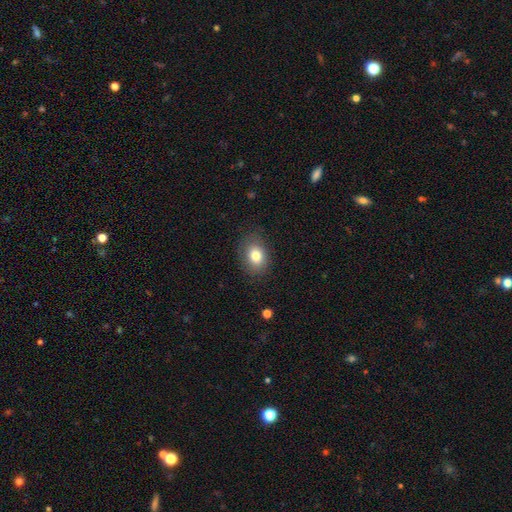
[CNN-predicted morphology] Smooth or featured?
  - smooth: 80% *
  - featured or disk: 10%
  - star or artifact: 9%
How rounded?
  - in between: 69% *
  - round: 30%
  - cigar-shaped: 1%
Merging?
  - none: 81% *
  - minor disturbance: 14%
  - major disturbance: 4%
  - merger: 1%